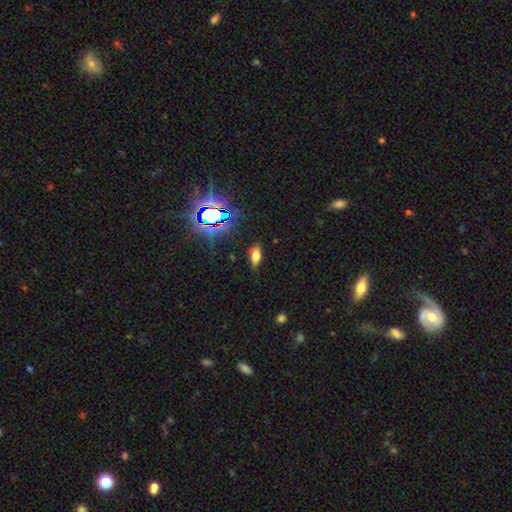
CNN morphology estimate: Smooth or featured? smooth (61%)
How rounded? in between (78%)
Merging? none (85%)